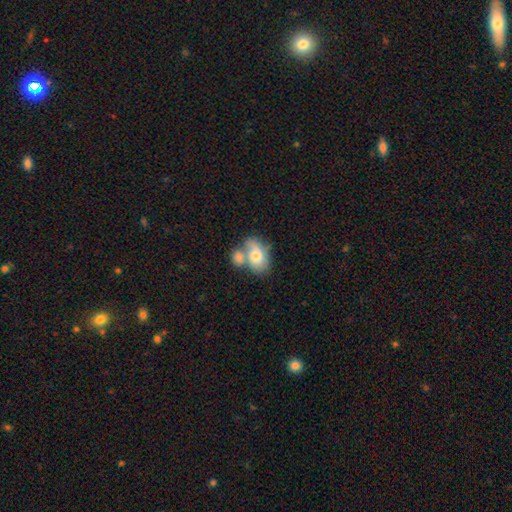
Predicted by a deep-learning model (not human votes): A smooth galaxy with no disk features (67%) that is in between round and cigar-shaped (81%). Merging: merger (54%).